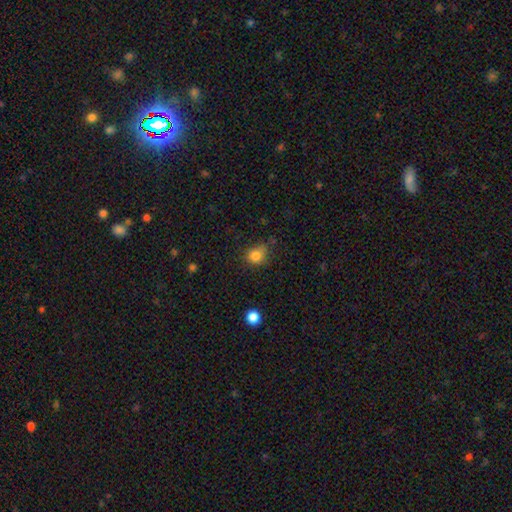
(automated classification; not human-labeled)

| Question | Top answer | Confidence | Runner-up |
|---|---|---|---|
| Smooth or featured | smooth | 81% | star or artifact (13%) |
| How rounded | round | 77% | in between (22%) |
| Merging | none | 63% | minor disturbance (25%) |